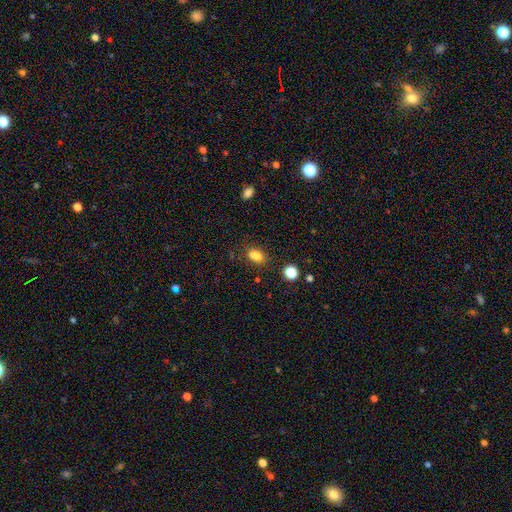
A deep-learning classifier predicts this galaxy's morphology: Smooth or featured? Predicted: smooth (p=0.80). How rounded? Predicted: in between (p=0.79). Merging? Predicted: none (p=0.66).